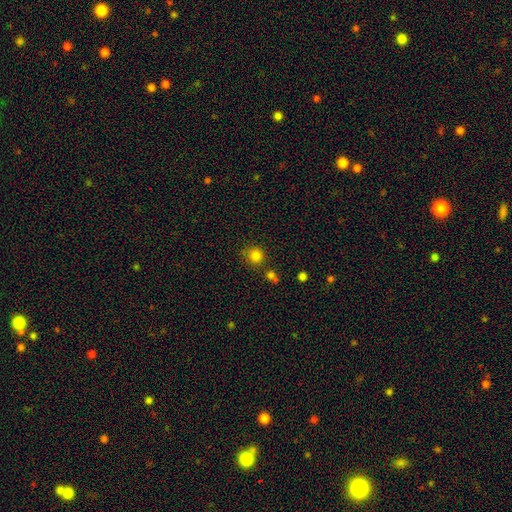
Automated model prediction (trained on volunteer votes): This is clearly a smooth galaxy (81%). How rounded: clearly round (92%). Merging: likely none (74%).